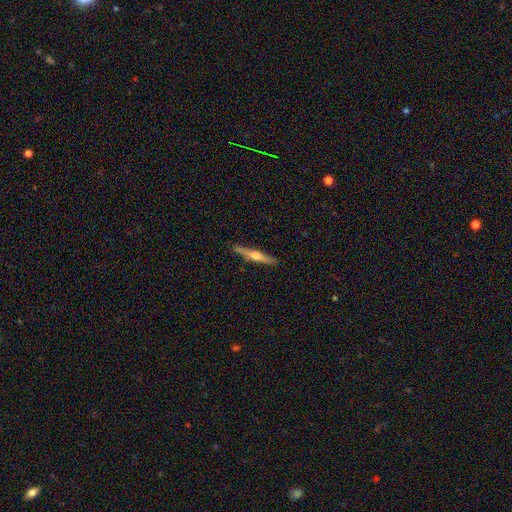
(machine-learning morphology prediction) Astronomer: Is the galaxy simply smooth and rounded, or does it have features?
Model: featured or disk — 71%.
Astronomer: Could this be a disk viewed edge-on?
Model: yes — 98%.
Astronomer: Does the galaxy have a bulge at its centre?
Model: rounded — 89%.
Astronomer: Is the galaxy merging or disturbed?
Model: none — 89%.